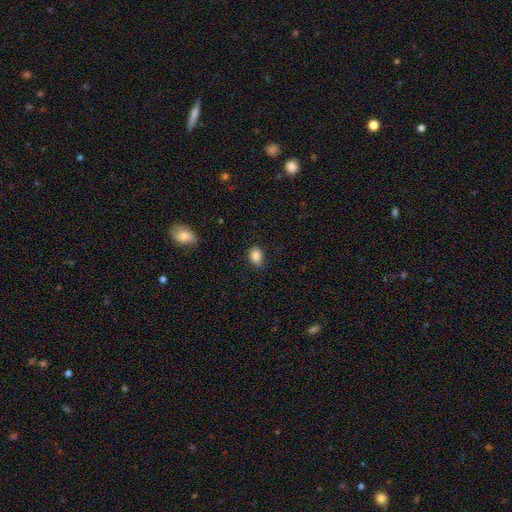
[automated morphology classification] Smooth or featured: smooth — 87% (star or artifact — 9%)
How rounded: in between — 65% (round — 34%)
Merging: none — 78% (minor disturbance — 18%)